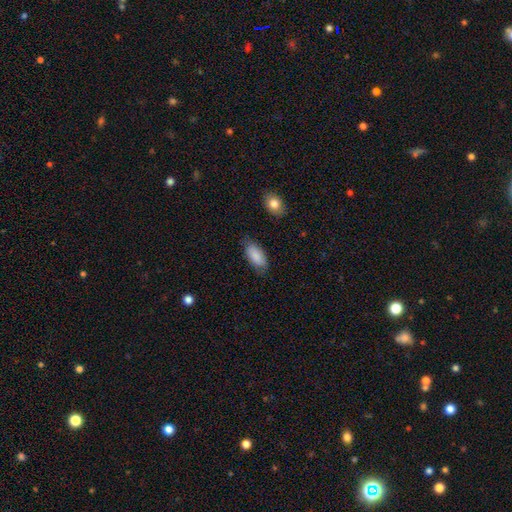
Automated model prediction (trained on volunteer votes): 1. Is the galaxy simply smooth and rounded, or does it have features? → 86% smooth, 8% featured or disk, 6% star or artifact.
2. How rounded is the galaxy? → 90% in between, 8% cigar-shaped, 2% round.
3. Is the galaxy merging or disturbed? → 75% none, 19% minor disturbance, 4% major disturbance, 2% merger.